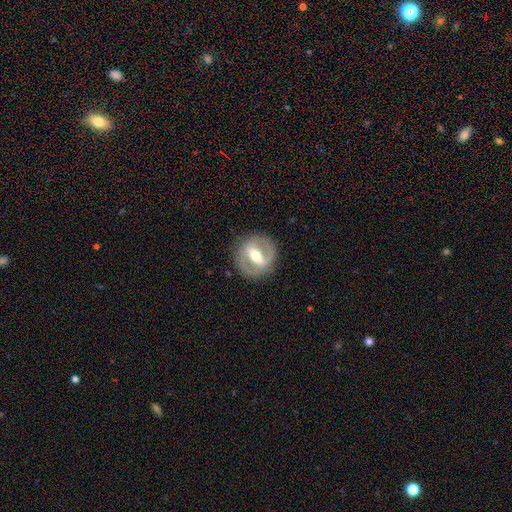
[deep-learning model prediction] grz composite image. It shows a featured or disk galaxy (77%) with a strong bar (63%), spiral arms (64%) and a moderate central bulge (68%). Merging: none (84%).